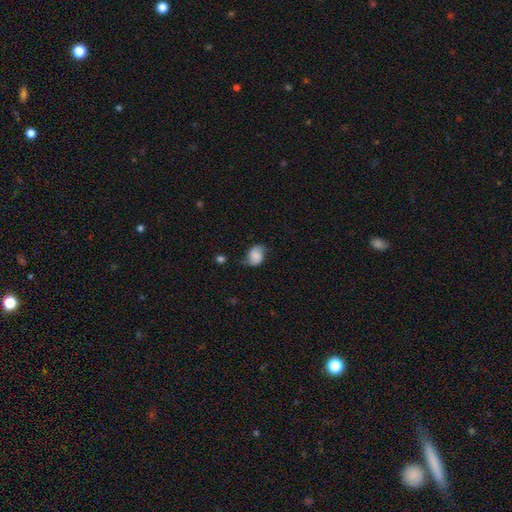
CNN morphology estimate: smooth_or_featured: smooth (p=0.54) [alt: featured or disk p=0.37]
how_rounded: in between (p=0.60) [alt: round p=0.39]
merging: none (p=0.58) [alt: minor disturbance p=0.29]